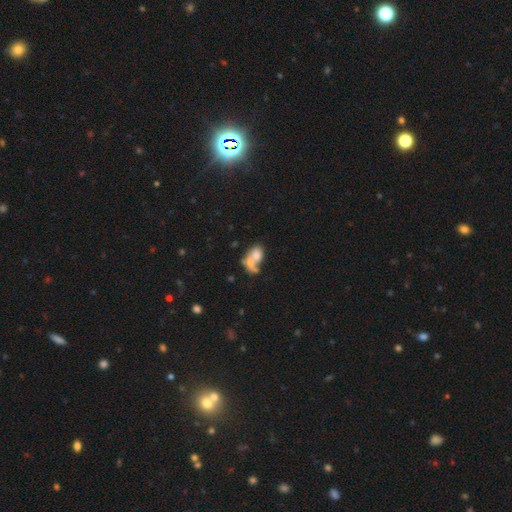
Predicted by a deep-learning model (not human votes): Smooth or featured?
  - smooth: 62% *
  - featured or disk: 29%
  - star or artifact: 10%
How rounded?
  - in between: 78% *
  - round: 19%
  - cigar-shaped: 3%
Merging?
  - merger: 66% *
  - none: 17%
  - major disturbance: 9%
  - minor disturbance: 8%